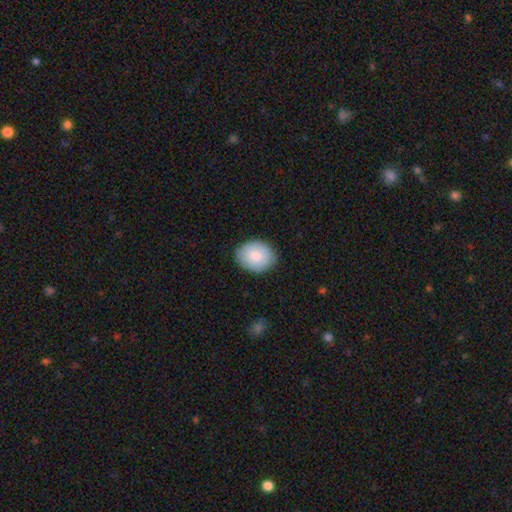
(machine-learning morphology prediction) type=smooth (83%); roundness=in between (62%); merging=none (83%).